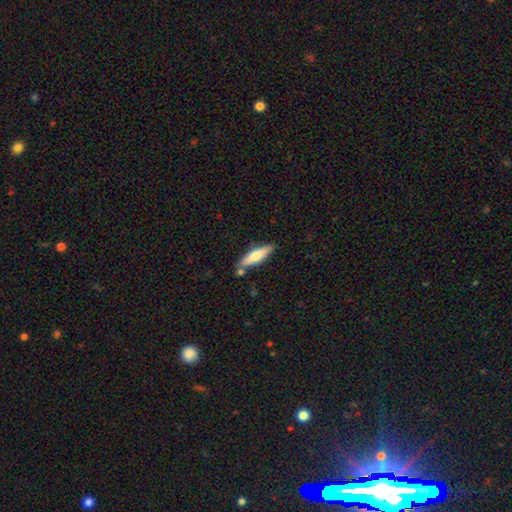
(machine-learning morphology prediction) The model was most divided on "smooth or featured": smooth: 64%, featured or disk: 30%, star or artifact: 5%. More confident: merging — none (78%); how rounded — cigar-shaped (70%).